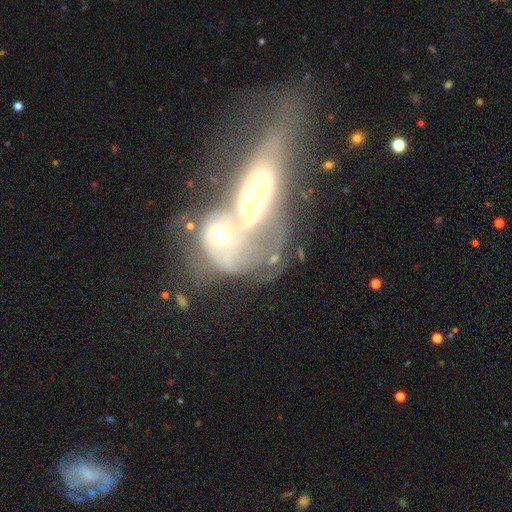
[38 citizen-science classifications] Smooth or featured: featured or disk — 68% (smooth — 24%)
Edge-on disk: no — 81% (yes — 19%)
Bar: no — 76% (weak — 24%)
Spiral arms: yes — 62% (no — 38%)
Spiral winding: loose — 46% (medium — 31%)
Spiral arm count: can't tell — 54% (2 — 31%)
Bulge size: moderate — 62% (small — 33%)
Merging: merger — 91% (major disturbance — 6%)